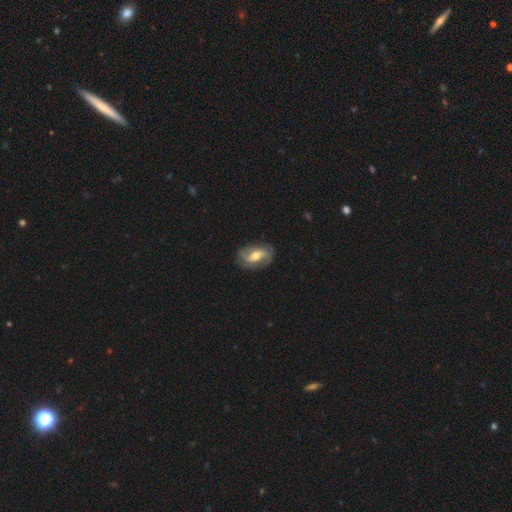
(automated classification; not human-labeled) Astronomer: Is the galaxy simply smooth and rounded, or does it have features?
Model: featured or disk — 76%.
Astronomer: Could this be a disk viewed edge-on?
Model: no — 96%.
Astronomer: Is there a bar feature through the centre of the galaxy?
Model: weak — 43% (runner-up: no, 29%).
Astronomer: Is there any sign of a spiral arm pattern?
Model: yes — 90%.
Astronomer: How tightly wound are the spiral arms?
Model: medium — 42% (runner-up: loose, 32%).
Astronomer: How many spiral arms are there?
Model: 2 — 82%.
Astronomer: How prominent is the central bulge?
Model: moderate — 69%.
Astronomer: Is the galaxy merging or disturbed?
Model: none — 77%.